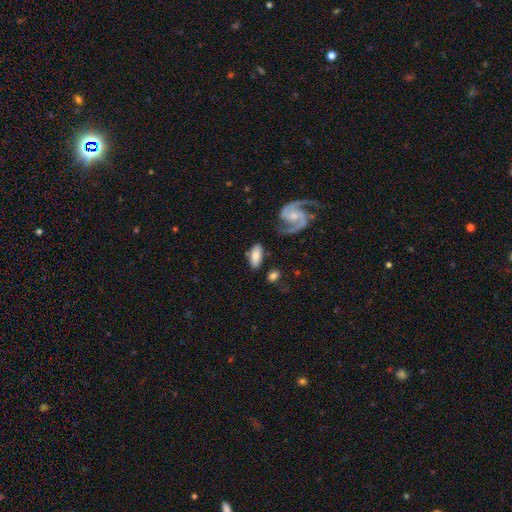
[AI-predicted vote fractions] A smooth galaxy with no disk features (68%) that is in between round and cigar-shaped (88%). Merging: none (74%).